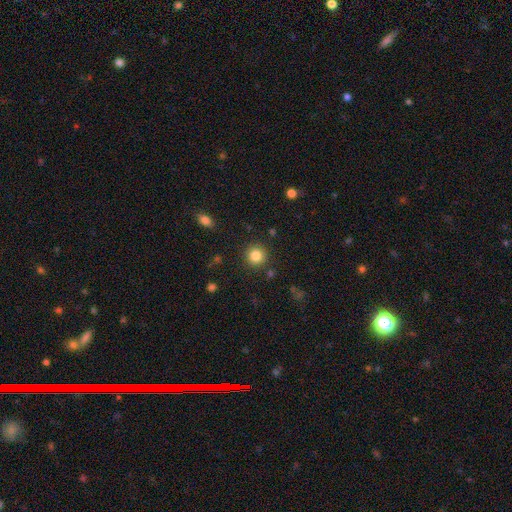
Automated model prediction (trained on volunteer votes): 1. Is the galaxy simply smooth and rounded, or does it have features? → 84% smooth, 11% star or artifact, 5% featured or disk.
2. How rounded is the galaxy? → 93% round, 6% in between, 1% cigar-shaped.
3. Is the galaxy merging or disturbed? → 89% none, 6% minor disturbance, 3% major disturbance, 2% merger.